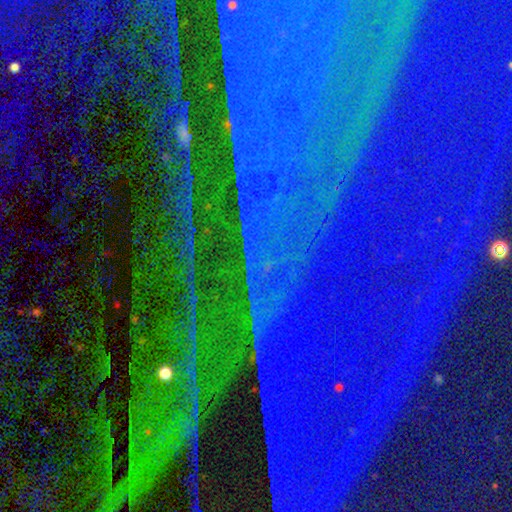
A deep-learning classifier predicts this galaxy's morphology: The model was most divided on "smooth or featured": star or artifact: 88%, featured or disk: 7%, smooth: 5%.